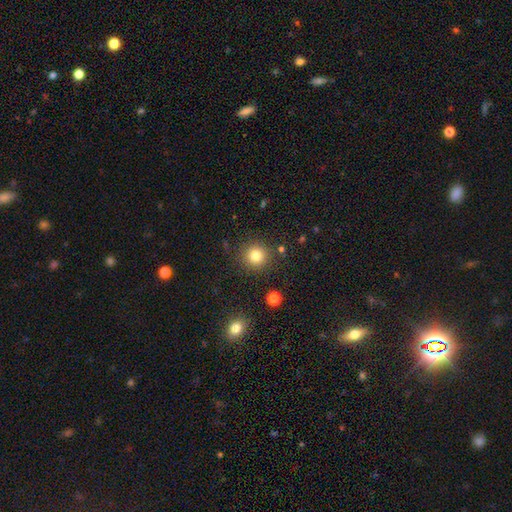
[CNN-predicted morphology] A smooth galaxy with no disk features (81%) that is round (93%). Merging: none (88%).